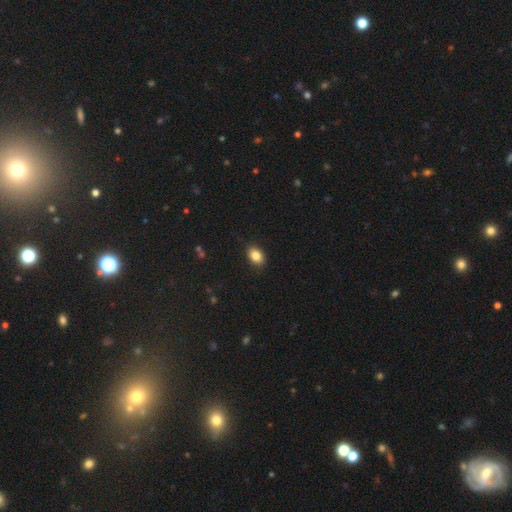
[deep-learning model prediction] Smooth or featured?
  - smooth: 85% *
  - star or artifact: 9%
  - featured or disk: 6%
How rounded?
  - in between: 76% *
  - round: 23%
  - cigar-shaped: 1%
Merging?
  - none: 87% *
  - minor disturbance: 10%
  - major disturbance: 2%
  - merger: 1%